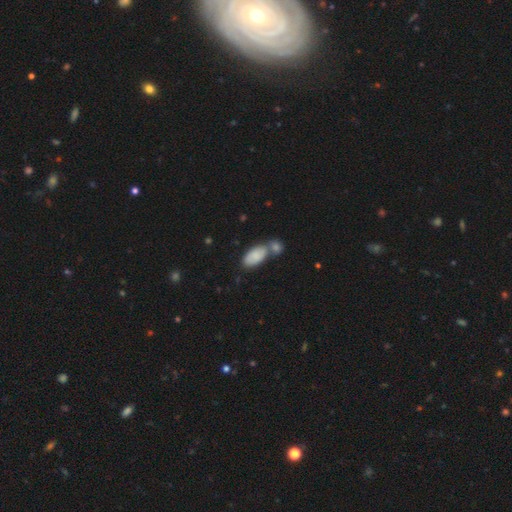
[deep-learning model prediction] The model was most divided on "merging": merger: 51%, none: 34%, minor disturbance: 11%, major disturbance: 4%. More confident: how rounded — in between (93%); smooth or featured — smooth (83%).